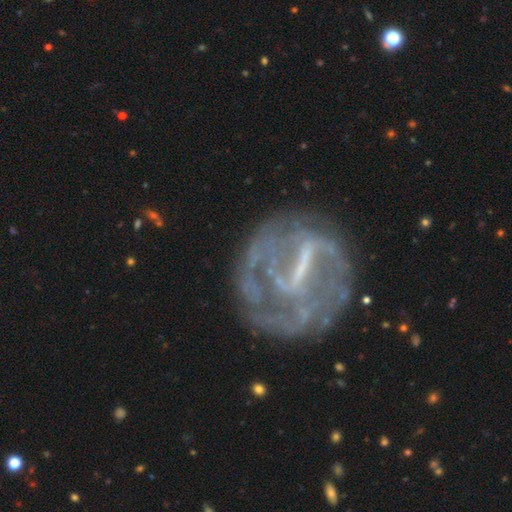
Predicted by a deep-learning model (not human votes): This is clearly a featured or disk galaxy (80%). It is clearly not viewed edge-on (96%). Bar: likely strong (60%). Spiral arm pattern: likely yes (62%). Central bulge: possibly none (48%). Merging: possibly none (60%).